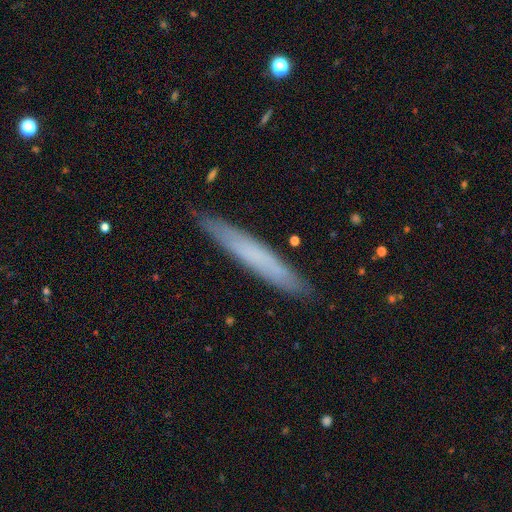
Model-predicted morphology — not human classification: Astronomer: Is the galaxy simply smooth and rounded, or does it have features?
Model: smooth — 58% (runner-up: featured or disk, 35%).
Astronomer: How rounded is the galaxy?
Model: cigar-shaped — 95%.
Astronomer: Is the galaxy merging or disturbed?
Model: none — 89%.